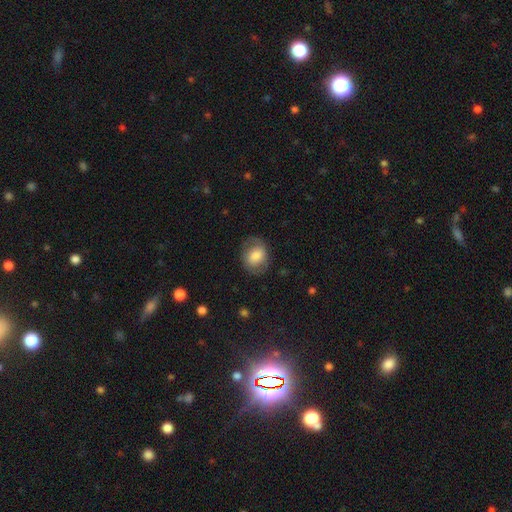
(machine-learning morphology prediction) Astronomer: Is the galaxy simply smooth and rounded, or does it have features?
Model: smooth — 63%.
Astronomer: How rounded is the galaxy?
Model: round — 52% (runner-up: in between, 47%).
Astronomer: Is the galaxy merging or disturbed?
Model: none — 74%.